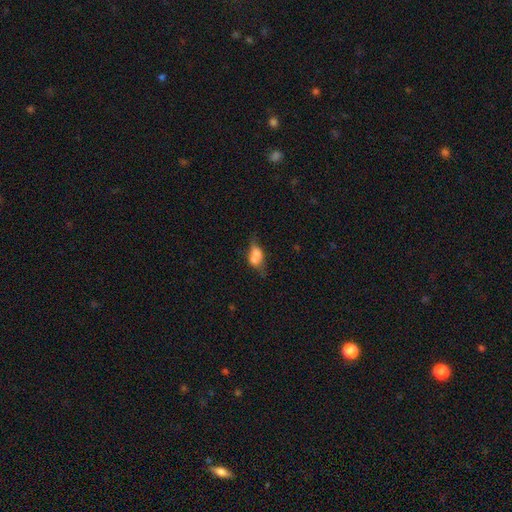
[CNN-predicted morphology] The model was most divided on "merging": merger: 54%, none: 26%, minor disturbance: 12%, major disturbance: 8%. More confident: how rounded — in between (69%); smooth or featured — smooth (61%).